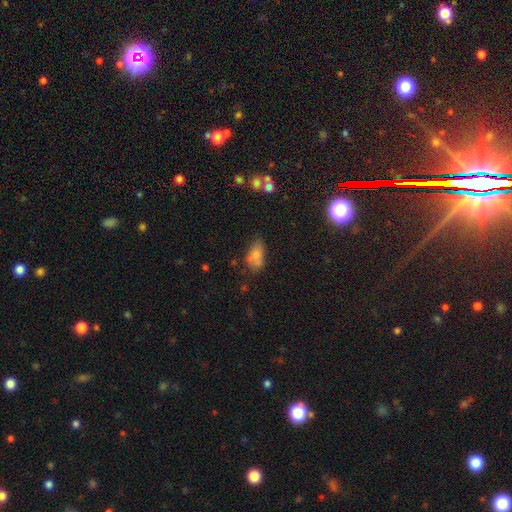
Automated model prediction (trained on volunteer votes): Smooth or featured? Predicted: smooth (p=0.74). How rounded? Predicted: in between (p=0.88). Merging? Predicted: none (p=0.48).